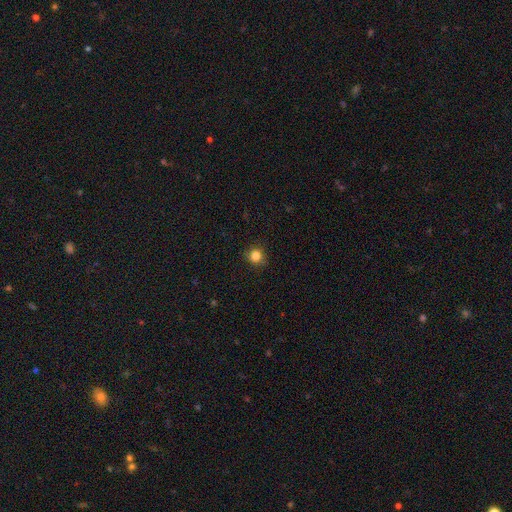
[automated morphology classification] The model was most divided on "smooth or featured": smooth: 82%, star or artifact: 12%, featured or disk: 5%. More confident: how rounded — round (89%); merging — none (86%).